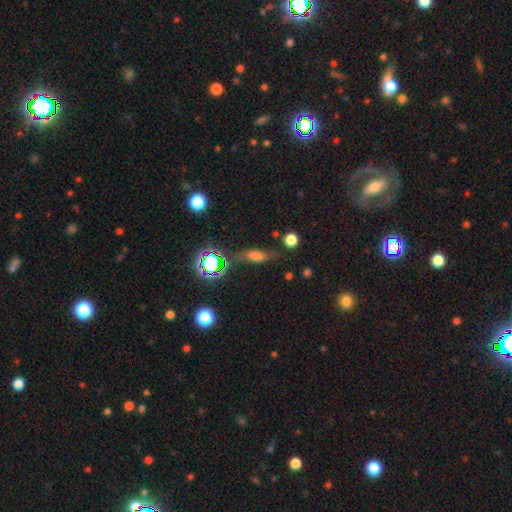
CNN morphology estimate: smooth_or_featured: smooth (p=0.55) [alt: featured or disk p=0.27]
how_rounded: in between (p=0.50) [alt: cigar-shaped p=0.40]
merging: none (p=0.64) [alt: minor disturbance p=0.21]